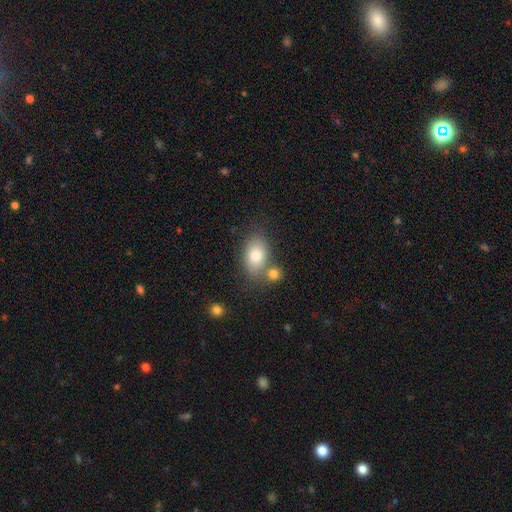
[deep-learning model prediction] smooth_or_featured: smooth (p=0.79) [alt: featured or disk p=0.13]
how_rounded: in between (p=0.85) [alt: round p=0.13]
merging: none (p=0.60) [alt: merger p=0.21]